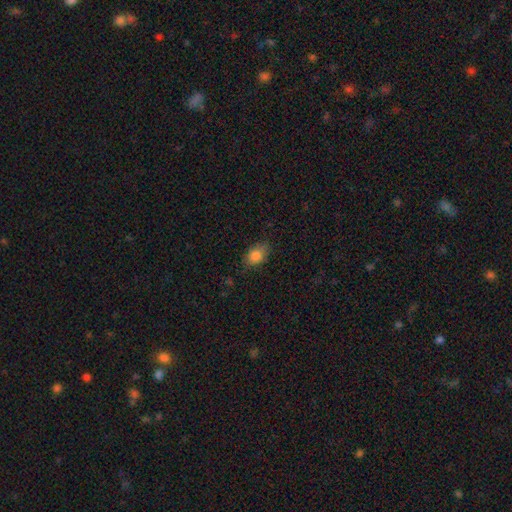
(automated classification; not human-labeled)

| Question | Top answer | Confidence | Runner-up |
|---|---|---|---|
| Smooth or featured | smooth | 83% | star or artifact (9%) |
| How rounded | in between | 78% | round (20%) |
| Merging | none | 75% | minor disturbance (20%) |